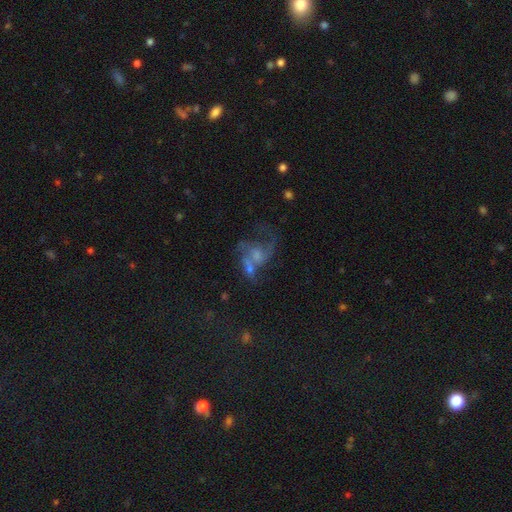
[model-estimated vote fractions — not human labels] Smooth or featured: featured or disk — 64% (smooth — 22%)
Edge-on disk: no — 97% (yes — 3%)
Bar: no — 70% (weak — 26%)
Spiral arms: yes — 74% (no — 26%)
Bulge size: small — 35% (moderate — 33%)
Merging: merger — 35% (major disturbance — 28%)